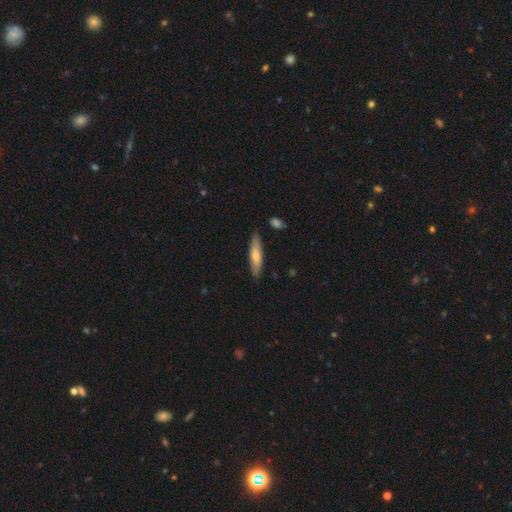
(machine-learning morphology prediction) A smooth galaxy with no disk features (64%) that is cigar-shaped (79%).

Vote fractions:
- Smooth or featured? smooth: 64% / featured or disk: 30% / star or artifact: 6%
- How rounded? cigar-shaped: 79% / in between: 19% / round: 2%
- Merging? none: 85% / minor disturbance: 11% / merger: 2% / major disturbance: 2%